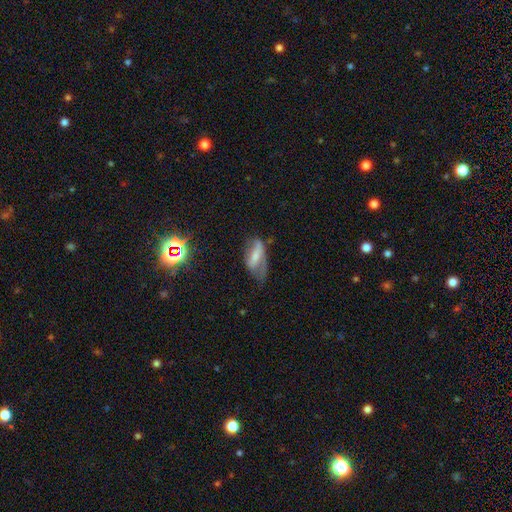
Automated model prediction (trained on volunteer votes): A smooth galaxy with no disk features (46%). Merging: minor disturbance (34%).